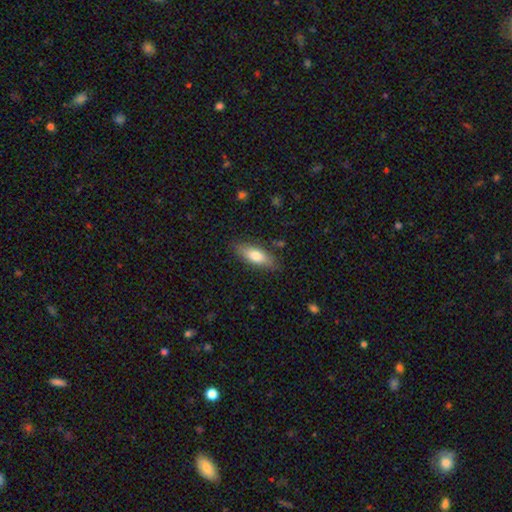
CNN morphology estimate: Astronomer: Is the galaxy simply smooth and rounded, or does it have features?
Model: smooth — 75%.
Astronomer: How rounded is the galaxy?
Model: in between — 68%.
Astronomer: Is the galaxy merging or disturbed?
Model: none — 84%.